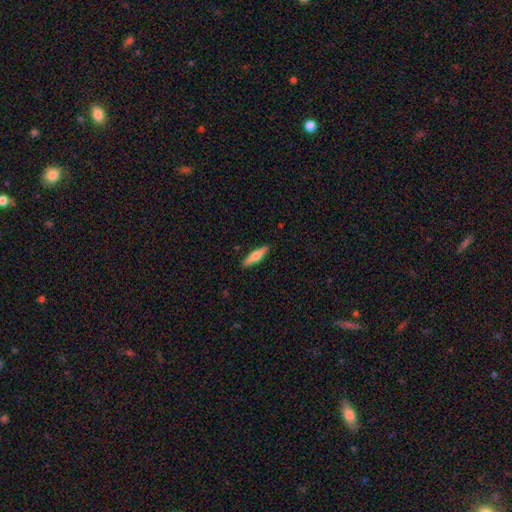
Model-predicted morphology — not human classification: A smooth galaxy with no disk features (50%) that is cigar-shaped (75%).

Vote fractions:
- Smooth or featured? smooth: 50% / featured or disk: 44% / star or artifact: 6%
- How rounded? cigar-shaped: 75% / in between: 23% / round: 2%
- Merging? none: 90% / minor disturbance: 7% / major disturbance: 2% / merger: 1%